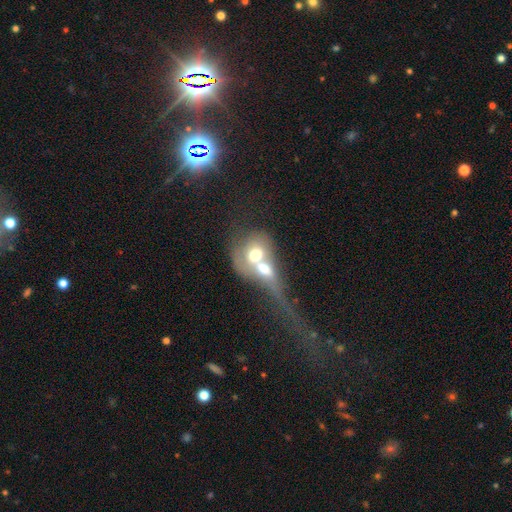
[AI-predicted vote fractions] smooth_or_featured: smooth (p=0.53) [alt: featured or disk p=0.38]
how_rounded: round (p=0.51) [alt: in between p=0.44]
merging: merger (p=0.78) [alt: major disturbance p=0.09]